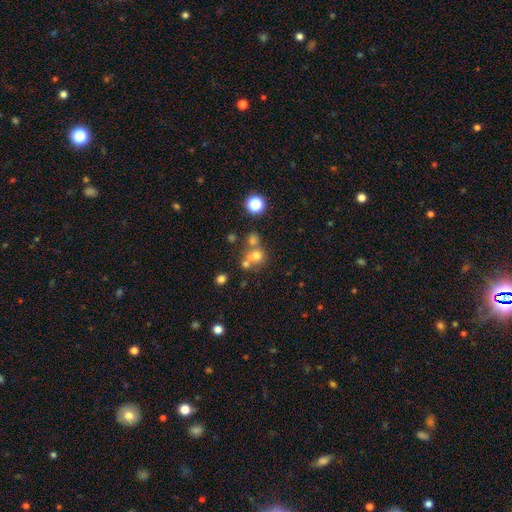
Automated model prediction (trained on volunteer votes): Q: Smooth or featured?
A: smooth (63%); runner-up: star or artifact (19%)
Q: How rounded?
A: round (82%); runner-up: in between (17%)
Q: Merging?
A: none (43%); tied with: merger (43%)